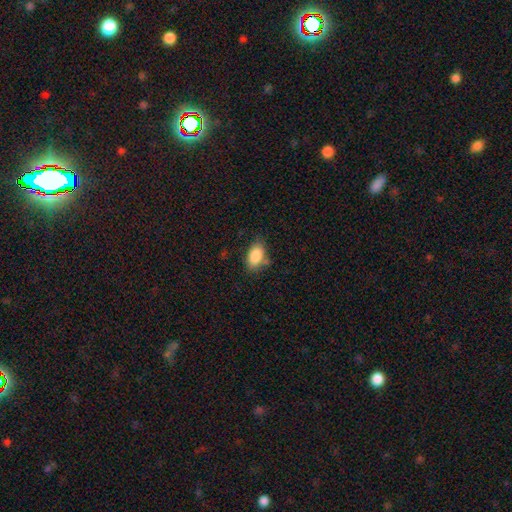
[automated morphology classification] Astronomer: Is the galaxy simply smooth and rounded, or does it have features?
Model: smooth — 87%.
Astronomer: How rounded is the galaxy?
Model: in between — 92%.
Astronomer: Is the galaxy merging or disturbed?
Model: none — 73%.